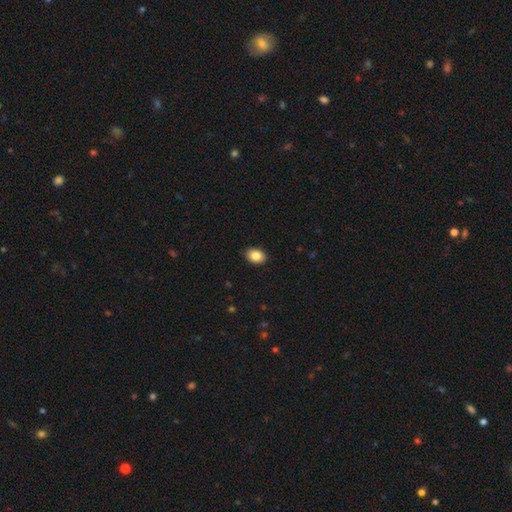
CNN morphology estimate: A smooth galaxy with no disk features (85%) that is in between round and cigar-shaped (74%). Merging: none (89%).